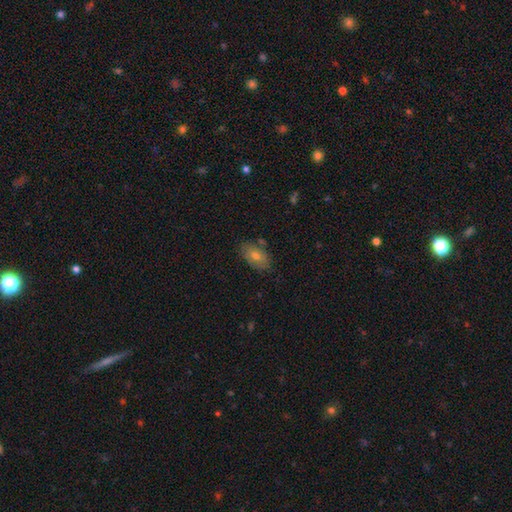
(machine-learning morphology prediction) smooth 63%, featured or disk 26%, star or artifact 11%. Down the decision tree: how rounded — in between (90%); merging — none (81%).